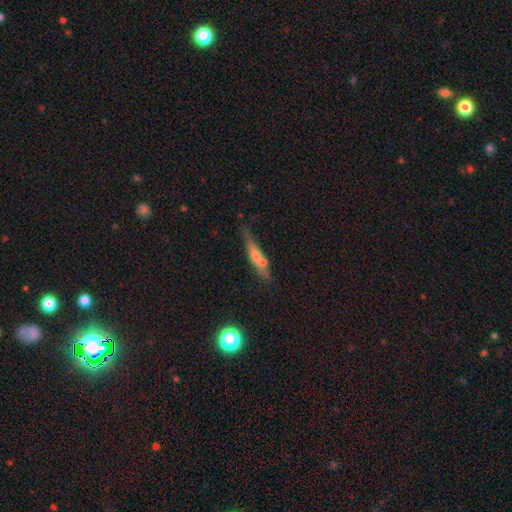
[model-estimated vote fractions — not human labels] smooth 47%, featured or disk 43%, star or artifact 10%. Down the decision tree: merging — none (64%).